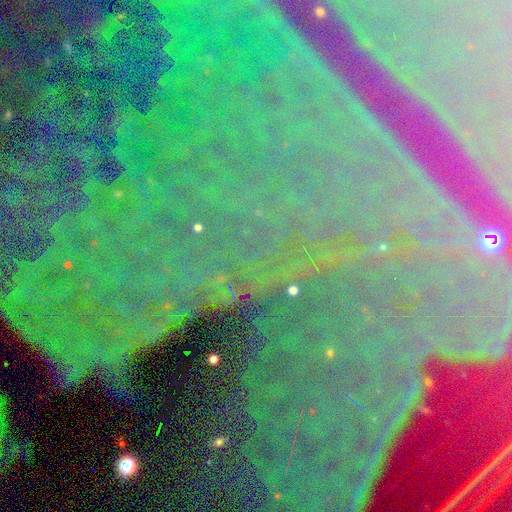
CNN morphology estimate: The model was most divided on "smooth or featured": star or artifact: 86%, featured or disk: 8%, smooth: 6%.